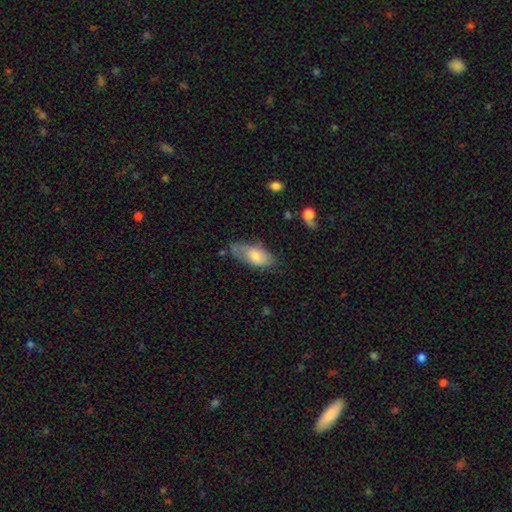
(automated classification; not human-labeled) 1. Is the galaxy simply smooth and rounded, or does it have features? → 75% smooth, 19% featured or disk, 7% star or artifact.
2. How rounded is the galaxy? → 84% in between, 13% cigar-shaped, 3% round.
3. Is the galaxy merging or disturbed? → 58% none, 30% minor disturbance, 9% major disturbance, 3% merger.